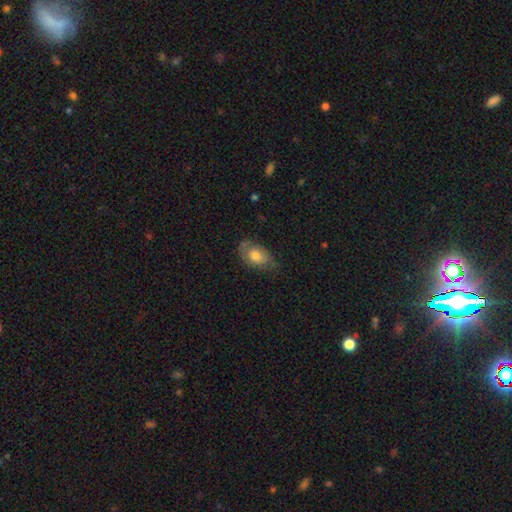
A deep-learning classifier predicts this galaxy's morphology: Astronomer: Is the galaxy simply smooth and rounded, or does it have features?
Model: smooth — 59%.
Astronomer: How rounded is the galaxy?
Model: in between — 86%.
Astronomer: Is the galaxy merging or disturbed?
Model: none — 57%.